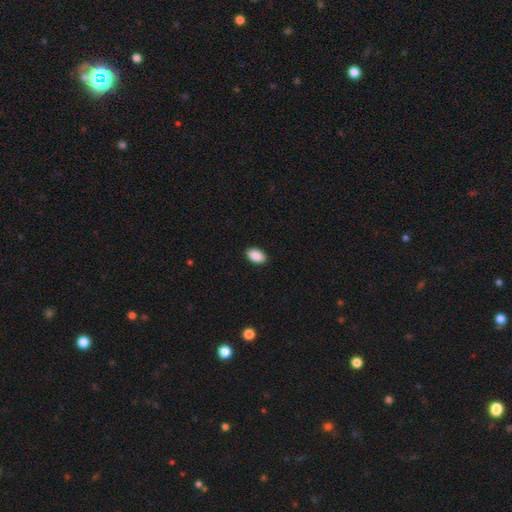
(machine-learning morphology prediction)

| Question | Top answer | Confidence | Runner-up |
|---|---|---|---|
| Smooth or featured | smooth | 90% | star or artifact (7%) |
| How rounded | in between | 93% | round (6%) |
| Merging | none | 91% | minor disturbance (7%) |